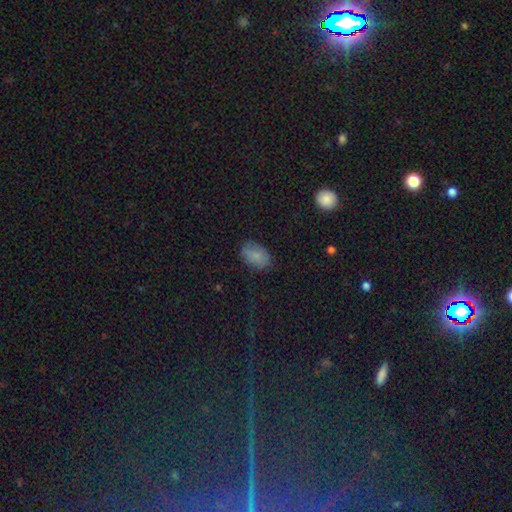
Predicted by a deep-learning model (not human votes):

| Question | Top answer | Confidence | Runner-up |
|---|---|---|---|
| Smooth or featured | smooth | 83% | star or artifact (10%) |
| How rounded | in between | 90% | round (9%) |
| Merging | none | 81% | minor disturbance (15%) |